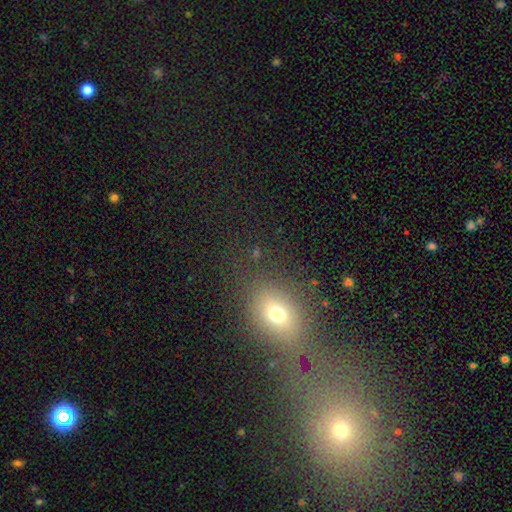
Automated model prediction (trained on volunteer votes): This is possibly a smooth galaxy (59%). How rounded: possibly in between (54%). Merging: possibly none (52%).